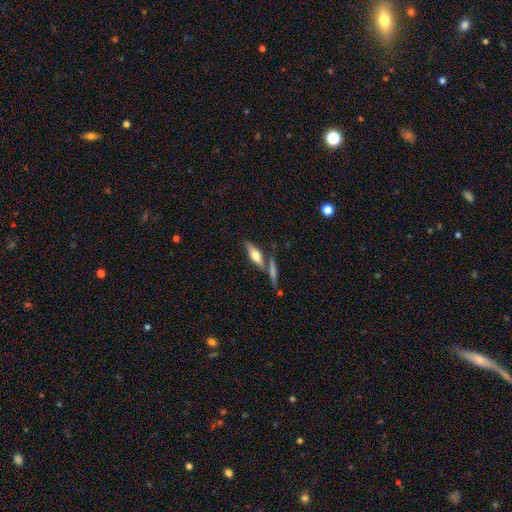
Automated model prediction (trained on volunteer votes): This appears to be a smooth galaxy with no disk features (47%, tied with featured or disk). Merging: none (65%).